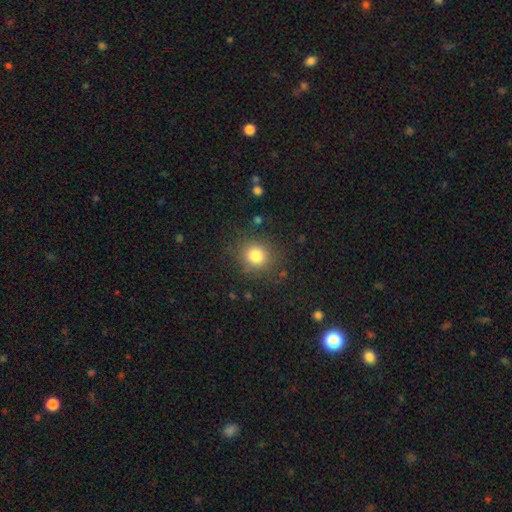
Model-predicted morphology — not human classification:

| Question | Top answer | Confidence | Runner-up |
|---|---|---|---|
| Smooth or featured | smooth | 81% | star or artifact (12%) |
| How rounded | round | 86% | in between (14%) |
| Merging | none | 85% | minor disturbance (10%) |